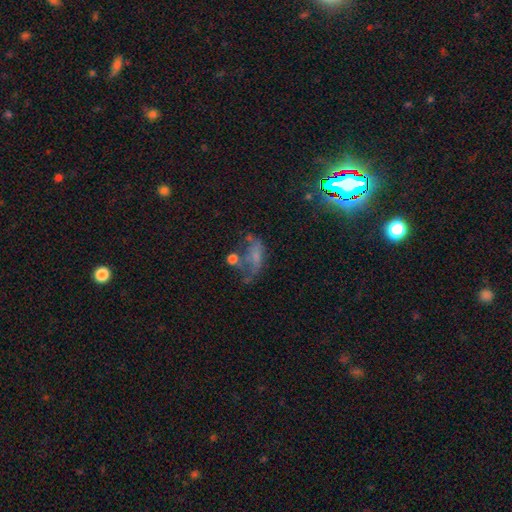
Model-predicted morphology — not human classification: smooth 42%, featured or disk 38%, star or artifact 19%. Down the decision tree: merging — major disturbance (36%).